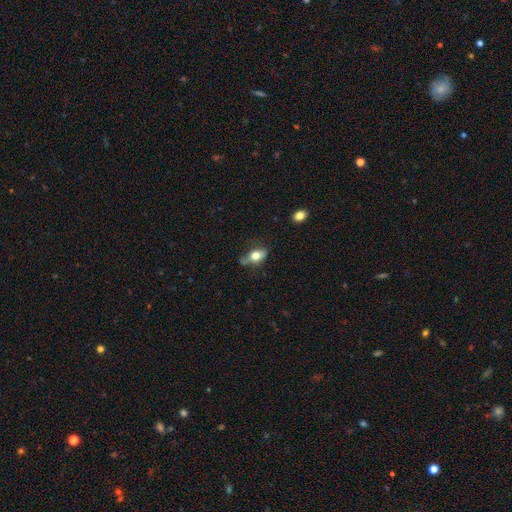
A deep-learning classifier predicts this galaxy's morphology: Smooth or featured: smooth — 74% (featured or disk — 18%)
How rounded: in between — 82% (round — 13%)
Merging: none — 51% (minor disturbance — 32%)